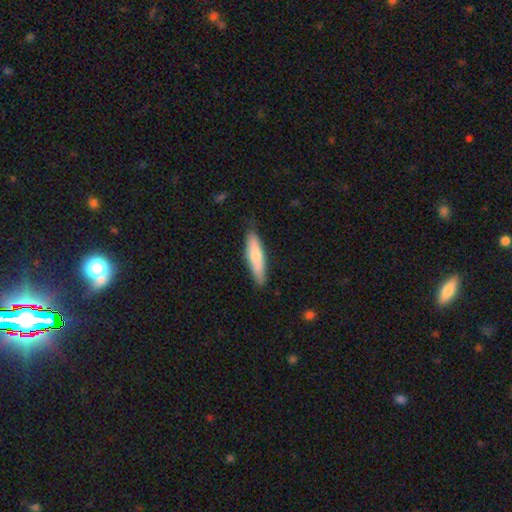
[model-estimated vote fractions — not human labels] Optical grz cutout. It shows a smooth galaxy with no disk features (69%) that is cigar-shaped (75%). Merging: none (81%).